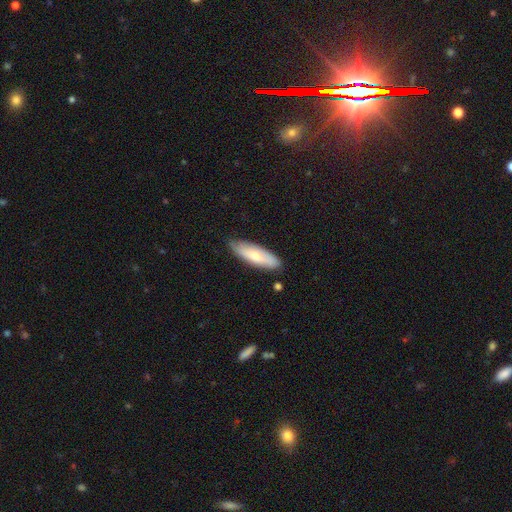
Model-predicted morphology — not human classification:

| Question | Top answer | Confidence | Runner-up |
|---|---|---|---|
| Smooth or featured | smooth | 70% | featured or disk (25%) |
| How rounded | in between | 51% | cigar-shaped (47%) |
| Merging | none | 79% | minor disturbance (17%) |